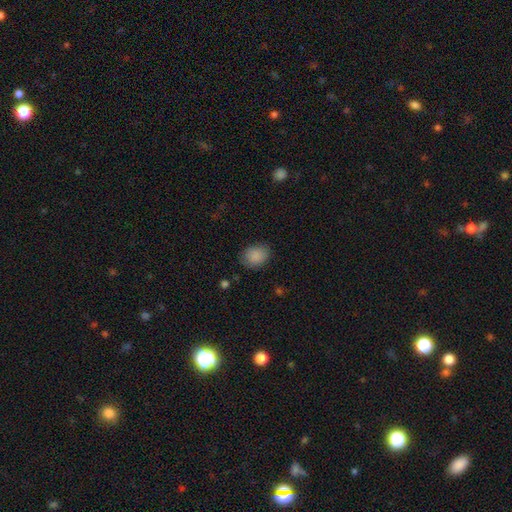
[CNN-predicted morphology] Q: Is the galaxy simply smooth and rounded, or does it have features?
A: smooth — 87%.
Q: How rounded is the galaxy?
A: in between — 59%.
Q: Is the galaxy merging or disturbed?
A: none — 79%.